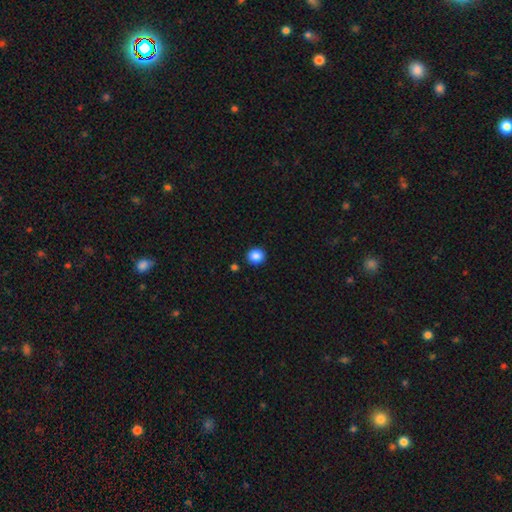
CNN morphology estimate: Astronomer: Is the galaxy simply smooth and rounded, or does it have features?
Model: smooth — 88%.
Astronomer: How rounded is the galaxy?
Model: round — 84%.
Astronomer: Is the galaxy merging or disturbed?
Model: none — 90%.